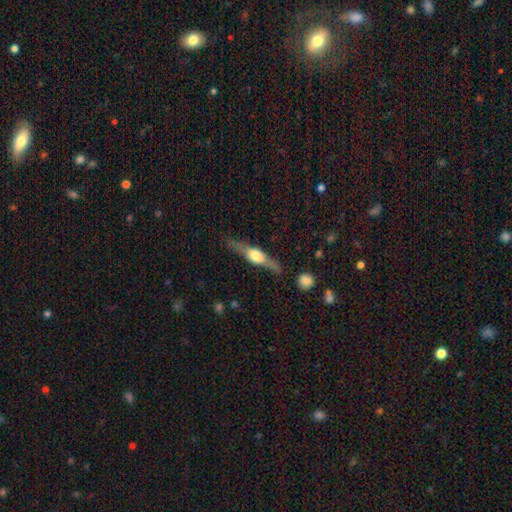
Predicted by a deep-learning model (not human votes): Q: Smooth or featured?
A: featured or disk (69%); runner-up: smooth (26%)
Q: Edge-on disk?
A: yes (95%); runner-up: no (5%)
Q: Edge-on bulge?
A: rounded (90%); runner-up: boxy (8%)
Q: Merging?
A: none (82%); runner-up: minor disturbance (12%)